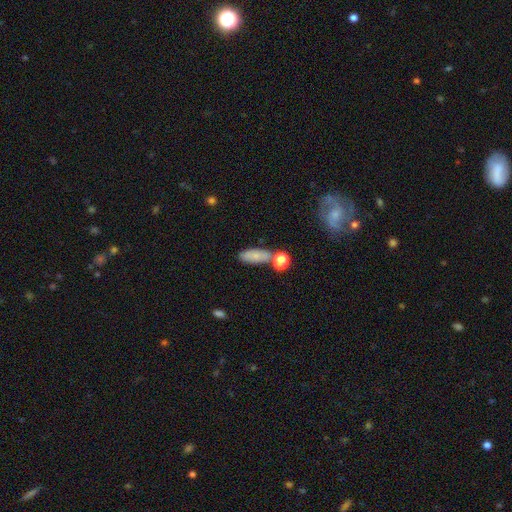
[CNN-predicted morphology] smooth 75%, featured or disk 16%, star or artifact 9%. Down the decision tree: how rounded — in between (75%); merging — none (59%).